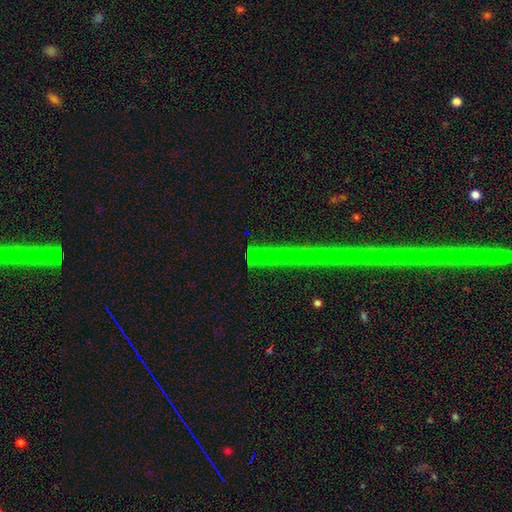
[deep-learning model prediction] A star or artifact, not a galaxy (79%).